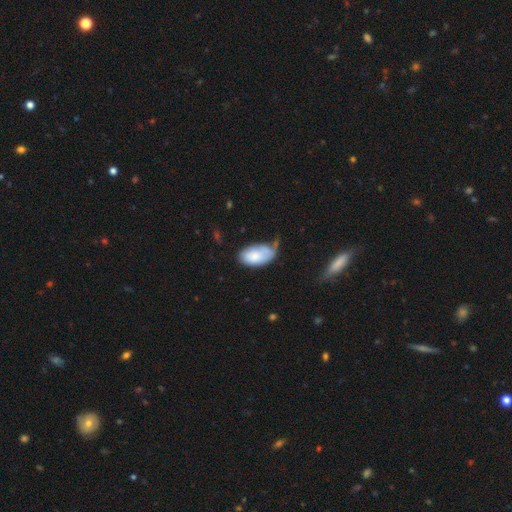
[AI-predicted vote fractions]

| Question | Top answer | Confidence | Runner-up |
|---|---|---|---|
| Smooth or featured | smooth | 80% | featured or disk (14%) |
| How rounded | in between | 95% | round (3%) |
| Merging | none | 40% | minor disturbance (37%) |